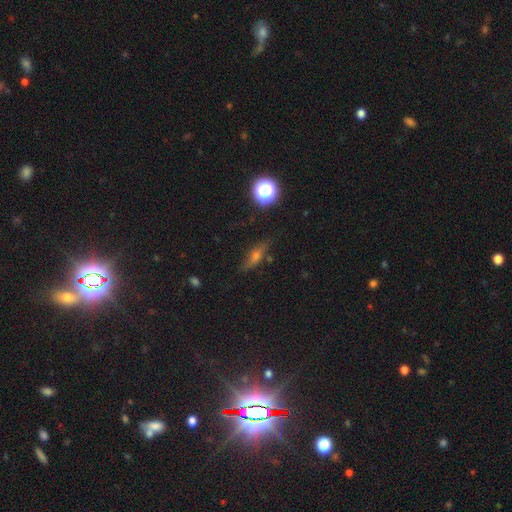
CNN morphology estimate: Smooth or featured?
  - featured or disk: 42% *
  - smooth: 38%
  - star or artifact: 20%
Merging?
  - none: 80% *
  - minor disturbance: 14%
  - major disturbance: 4%
  - merger: 2%